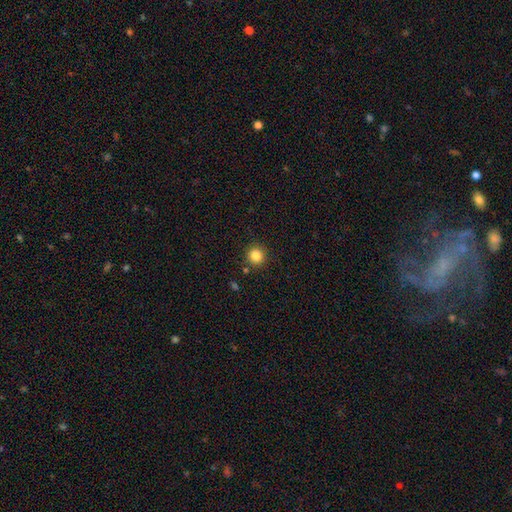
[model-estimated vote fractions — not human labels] Overall: smooth (84%). How rounded: round (94%). Merging: none (89%).